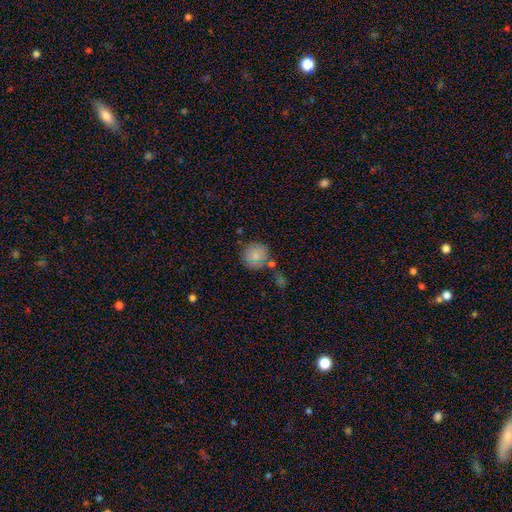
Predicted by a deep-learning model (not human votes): Morphology: type=smooth (80%); roundness=round (92%); merging=none (68%).